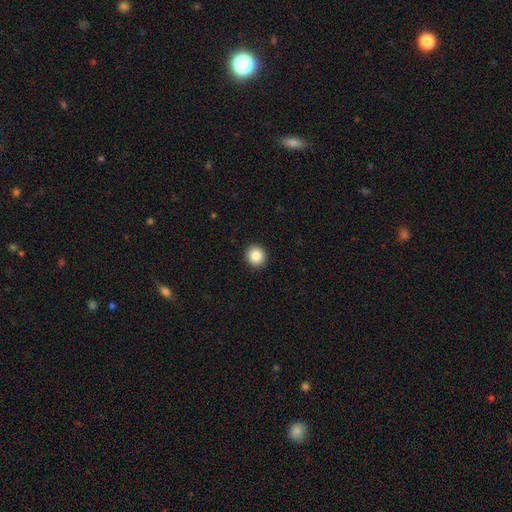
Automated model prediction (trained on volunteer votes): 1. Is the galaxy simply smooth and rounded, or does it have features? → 86% smooth, 9% star or artifact, 5% featured or disk.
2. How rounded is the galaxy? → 89% round, 10% in between, 1% cigar-shaped.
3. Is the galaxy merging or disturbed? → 93% none, 5% minor disturbance, 2% major disturbance, 1% merger.